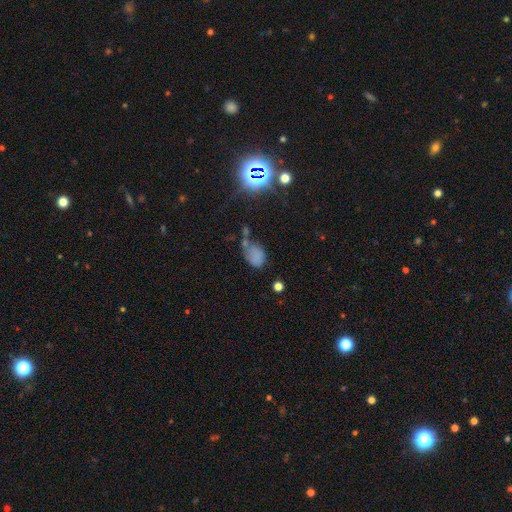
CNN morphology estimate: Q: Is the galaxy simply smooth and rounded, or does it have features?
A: smooth — 67%.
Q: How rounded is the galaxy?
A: in between — 79%.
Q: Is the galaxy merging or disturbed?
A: none — 32%.